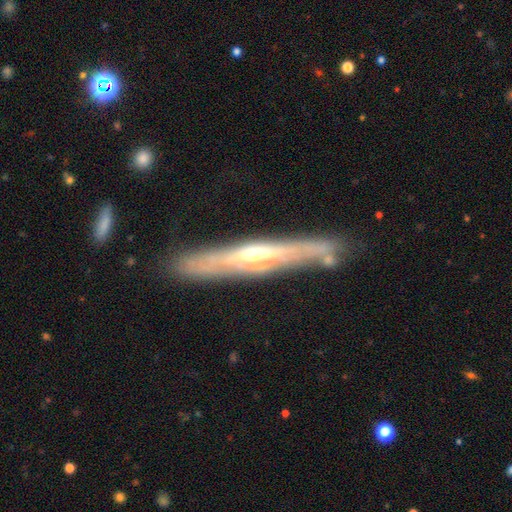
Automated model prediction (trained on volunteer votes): The model was most divided on "smooth or featured": featured or disk: 76%, smooth: 19%, star or artifact: 5%. More confident: edge-on disk — yes (87%); merging — none (80%); edge-on bulge — rounded (78%).